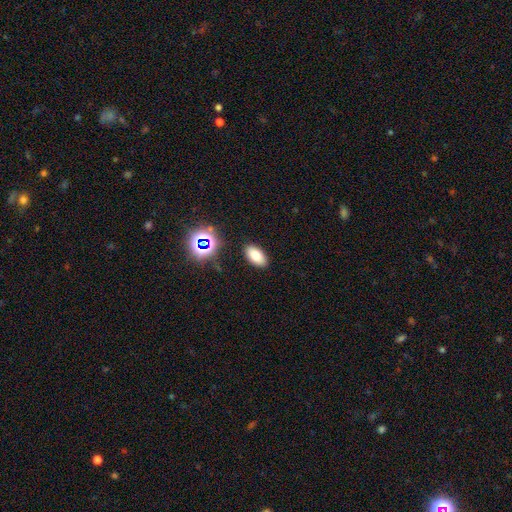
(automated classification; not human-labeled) Smooth or featured? smooth (75%)
How rounded? in between (92%)
Merging? none (88%)